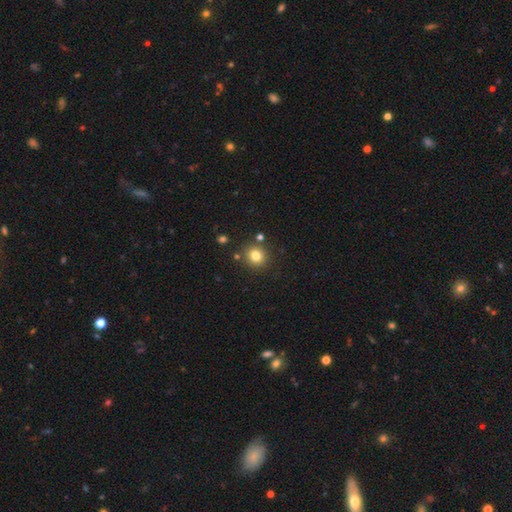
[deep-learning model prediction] smooth-or-featured: smooth: 79% | star or artifact: 13% | featured or disk: 7%
  how-rounded: round: 86% | in between: 13% | cigar-shaped: 1%
  merging: none: 84% | minor disturbance: 8% | merger: 5% | major disturbance: 3%